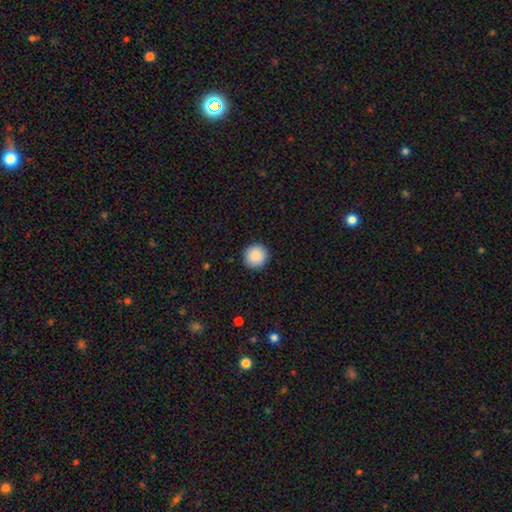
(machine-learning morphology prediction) Q: Smooth or featured?
A: smooth (90%); runner-up: star or artifact (7%)
Q: How rounded?
A: round (95%); runner-up: in between (4%)
Q: Merging?
A: none (93%); runner-up: minor disturbance (5%)